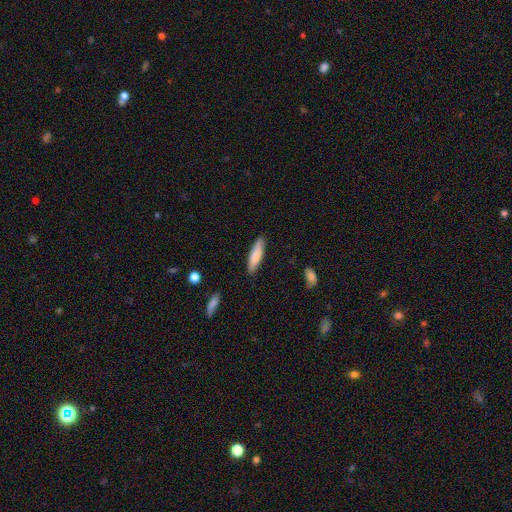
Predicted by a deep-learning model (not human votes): Overall: smooth (80%). How rounded: cigar-shaped (73%). Merging: none (86%).